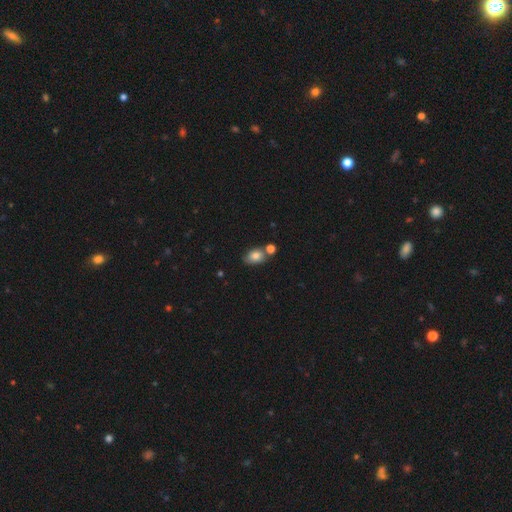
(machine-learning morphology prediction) smooth_or_featured: smooth (p=0.80) [alt: featured or disk p=0.10]
how_rounded: in between (p=0.76) [alt: round p=0.23]
merging: none (p=0.58) [alt: merger p=0.22]